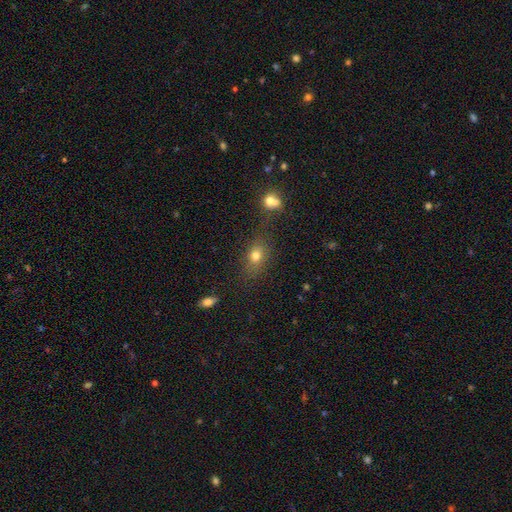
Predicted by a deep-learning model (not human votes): A smooth galaxy with no disk features (76%) that is in between round and cigar-shaped (65%).

Vote fractions:
- Smooth or featured? smooth: 76% / star or artifact: 13% / featured or disk: 11%
- How rounded? in between: 65% / round: 32% / cigar-shaped: 3%
- Merging? none: 71% / minor disturbance: 15% / merger: 8% / major disturbance: 6%